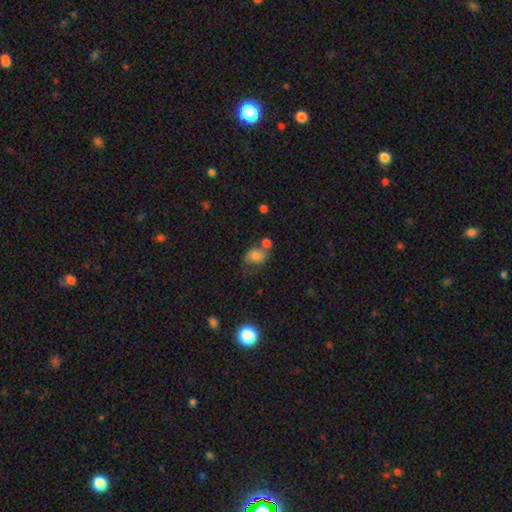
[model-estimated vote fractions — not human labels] Smooth or featured? smooth (71%)
How rounded? in between (56%)
Merging? none (39%)